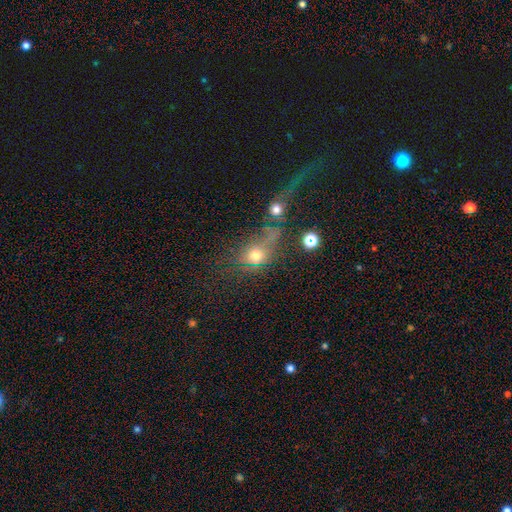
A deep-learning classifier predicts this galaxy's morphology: A smooth galaxy with no disk features (61%) that is round (57%).

Vote fractions:
- Smooth or featured? smooth: 61% / star or artifact: 22% / featured or disk: 17%
- How rounded? round: 57% / in between: 38% / cigar-shaped: 5%
- Merging? none: 40% / merger: 26% / major disturbance: 20% / minor disturbance: 15%